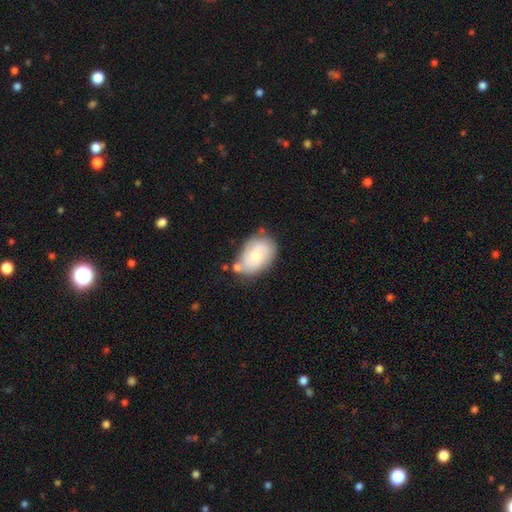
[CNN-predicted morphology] This appears to be a smooth galaxy with no disk features (64%) that is in between round and cigar-shaped (87%). Merging: none (61%).